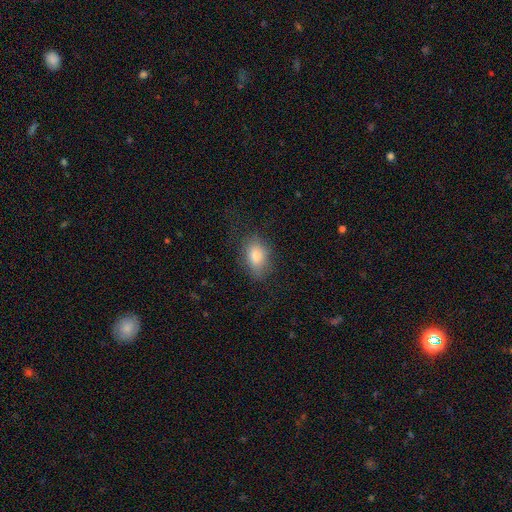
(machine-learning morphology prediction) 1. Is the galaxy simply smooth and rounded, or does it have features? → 79% smooth, 11% featured or disk, 10% star or artifact.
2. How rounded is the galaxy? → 82% in between, 16% round, 2% cigar-shaped.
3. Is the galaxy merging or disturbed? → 71% none, 20% minor disturbance, 9% major disturbance, 1% merger.